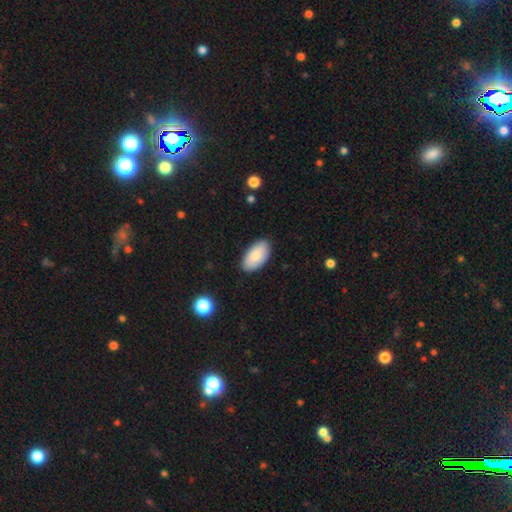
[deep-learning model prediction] Smooth or featured: smooth — 85% (featured or disk — 9%)
How rounded: in between — 96% (round — 2%)
Merging: none — 87% (minor disturbance — 10%)